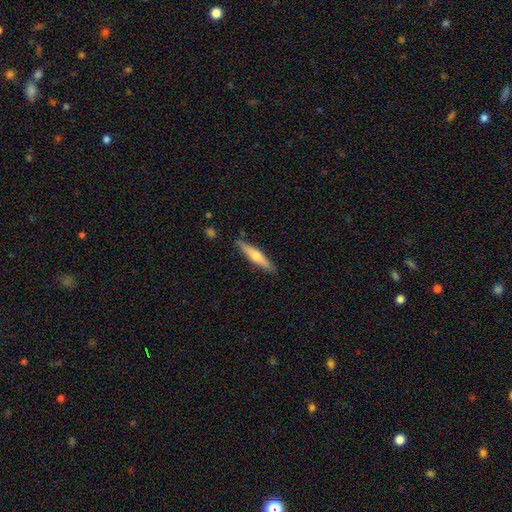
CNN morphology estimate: Smooth or featured? Predicted: featured or disk (p=0.49). Merging? Predicted: none (p=0.88).